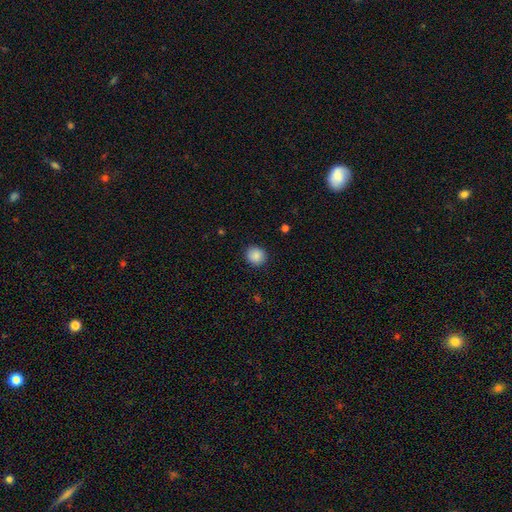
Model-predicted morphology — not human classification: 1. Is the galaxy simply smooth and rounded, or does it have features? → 88% smooth, 8% star or artifact, 3% featured or disk.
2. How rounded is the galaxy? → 86% round, 13% in between, 1% cigar-shaped.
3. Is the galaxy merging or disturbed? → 90% none, 7% minor disturbance, 2% major disturbance, 1% merger.